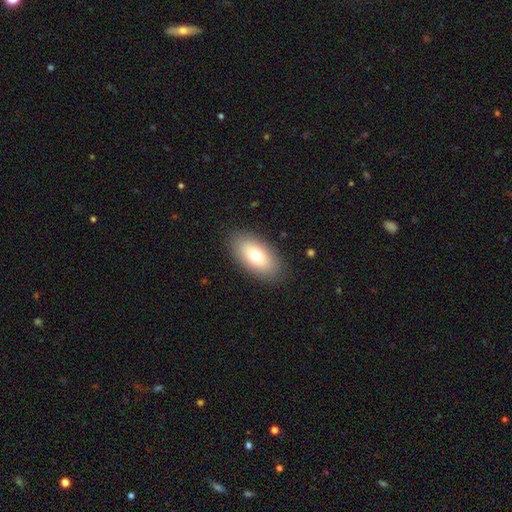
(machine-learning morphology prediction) smooth 72%, featured or disk 20%, star or artifact 8%. Down the decision tree: how rounded — in between (92%); merging — none (87%).